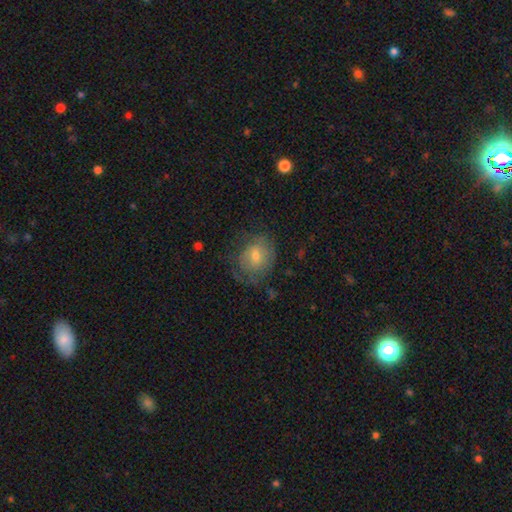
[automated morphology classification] Q: Smooth or featured?
A: smooth (51%); runner-up: featured or disk (39%)
Q: How rounded?
A: round (59%); runner-up: in between (40%)
Q: Merging?
A: none (59%); runner-up: minor disturbance (24%)